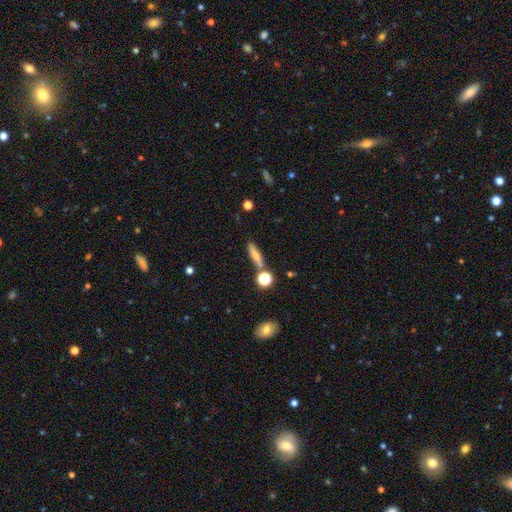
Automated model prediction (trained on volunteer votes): This appears to be a smooth galaxy with no disk features (65%) that is cigar-shaped (67%). Merging: none (73%).